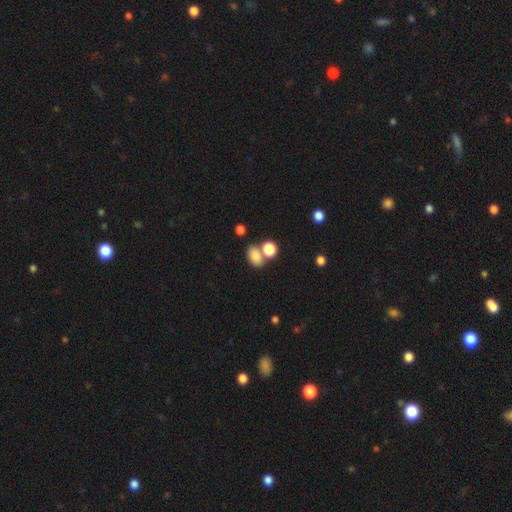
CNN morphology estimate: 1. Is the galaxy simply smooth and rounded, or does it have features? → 82% smooth, 11% star or artifact, 7% featured or disk.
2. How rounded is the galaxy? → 78% in between, 20% round, 2% cigar-shaped.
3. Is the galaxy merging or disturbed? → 49% none, 34% merger, 12% minor disturbance, 5% major disturbance.